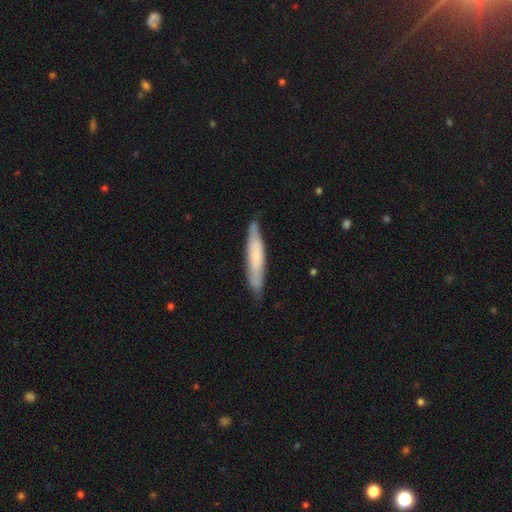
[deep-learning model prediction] smooth_or_featured: smooth (p=0.60) [alt: featured or disk p=0.34]
how_rounded: cigar-shaped (p=0.89) [alt: in between p=0.10]
merging: none (p=0.78) [alt: minor disturbance p=0.18]